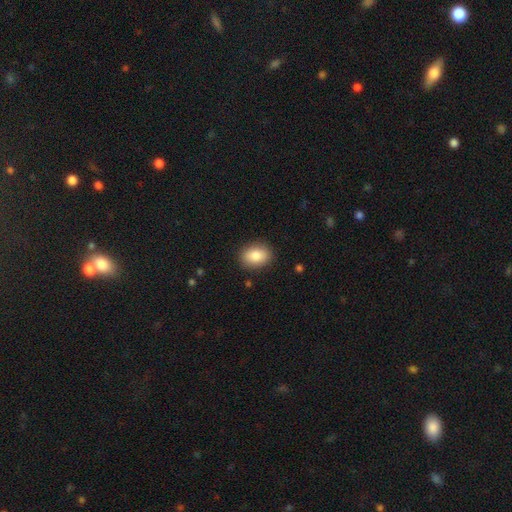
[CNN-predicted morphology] smooth 85%, featured or disk 8%, star or artifact 7%. Down the decision tree: how rounded — in between (72%); merging — none (87%).